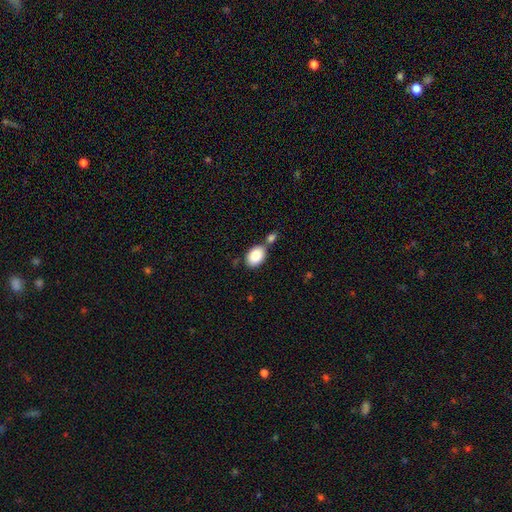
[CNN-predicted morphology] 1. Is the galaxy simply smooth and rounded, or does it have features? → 87% smooth, 6% featured or disk, 6% star or artifact.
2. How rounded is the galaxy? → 88% in between, 11% round, 1% cigar-shaped.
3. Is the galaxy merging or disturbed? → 56% none, 27% merger, 13% minor disturbance, 4% major disturbance.